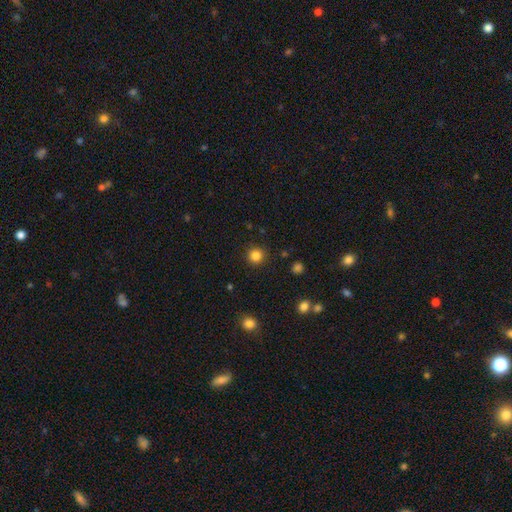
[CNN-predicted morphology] A smooth galaxy with no disk features (83%) that is round (94%).

Vote fractions:
- Smooth or featured? smooth: 83% / star or artifact: 12% / featured or disk: 4%
- How rounded? round: 94% / in between: 5% / cigar-shaped: 1%
- Merging? none: 91% / minor disturbance: 6% / major disturbance: 2% / merger: 1%